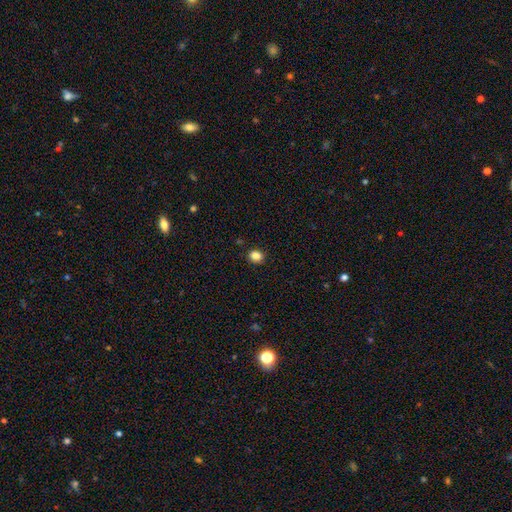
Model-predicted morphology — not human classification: This appears to be a smooth galaxy with no disk features (85%) that is round (63%). Merging: none (89%).